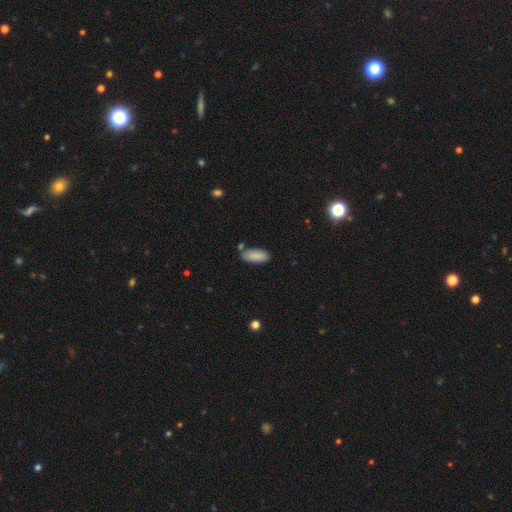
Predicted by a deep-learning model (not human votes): smooth_or_featured: smooth (p=0.88) [alt: star or artifact p=0.07]
how_rounded: in between (p=0.85) [alt: cigar-shaped p=0.13]
merging: none (p=0.78) [alt: minor disturbance p=0.13]